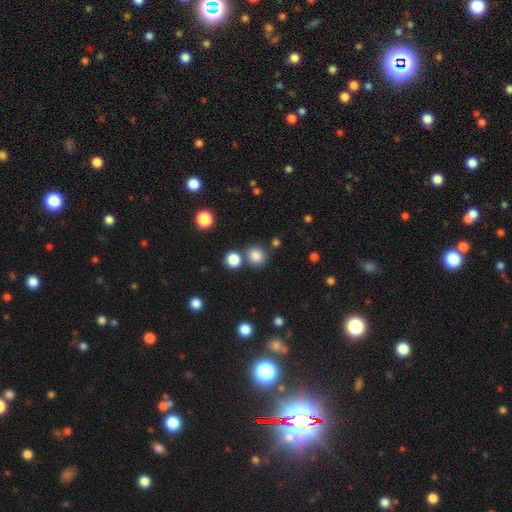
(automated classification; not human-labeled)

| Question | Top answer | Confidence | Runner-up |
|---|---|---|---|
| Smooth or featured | smooth | 83% | star or artifact (12%) |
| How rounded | round | 89% | in between (10%) |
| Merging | none | 75% | merger (13%) |